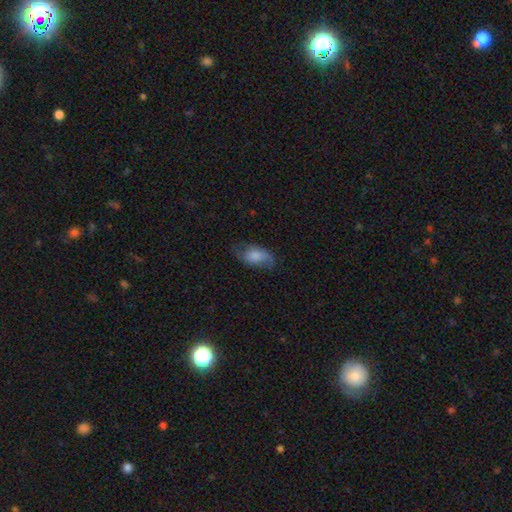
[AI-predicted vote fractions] Smooth or featured?
  - smooth: 57% *
  - featured or disk: 35%
  - star or artifact: 8%
How rounded?
  - in between: 91% *
  - round: 6%
  - cigar-shaped: 3%
Merging?
  - none: 59% *
  - minor disturbance: 26%
  - major disturbance: 14%
  - merger: 1%